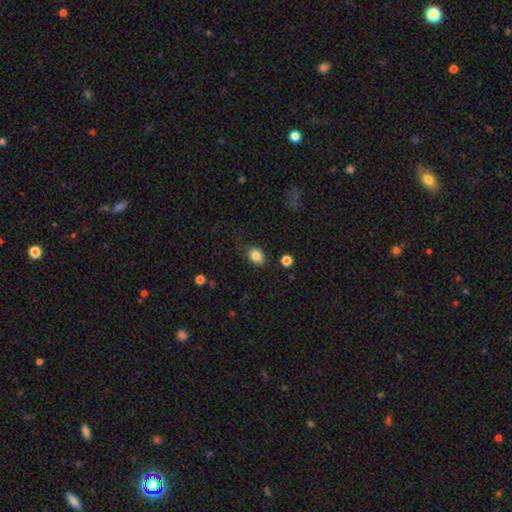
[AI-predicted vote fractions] A smooth galaxy with no disk features (85%) that is in between round and cigar-shaped (55%).

Vote fractions:
- Smooth or featured? smooth: 85% / star or artifact: 10% / featured or disk: 6%
- How rounded? in between: 55% / round: 44% / cigar-shaped: 1%
- Merging? none: 74% / minor disturbance: 18% / major disturbance: 6% / merger: 2%